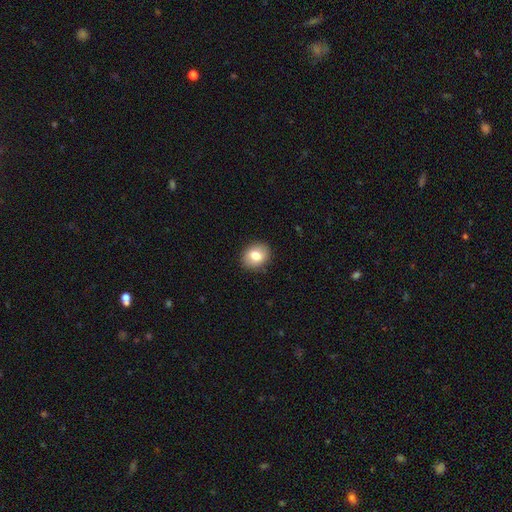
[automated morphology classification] Smooth or featured?
  - smooth: 80% *
  - featured or disk: 12%
  - star or artifact: 8%
How rounded?
  - round: 56% *
  - in between: 43%
  - cigar-shaped: 1%
Merging?
  - none: 89% *
  - minor disturbance: 8%
  - major disturbance: 2%
  - merger: 1%